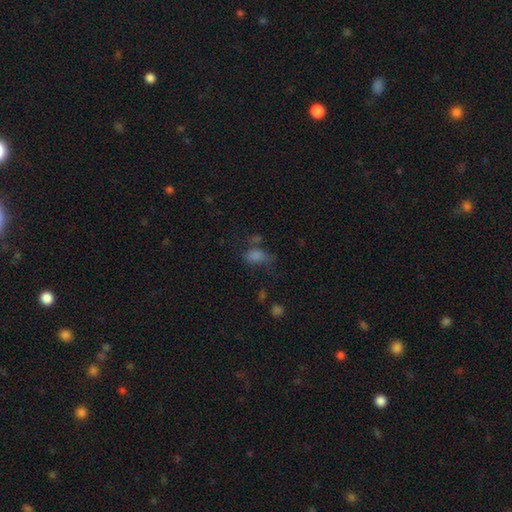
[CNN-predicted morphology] Smooth or featured? Predicted: smooth (p=0.67). How rounded? Predicted: in between (p=0.82). Merging? Predicted: none (p=0.44).